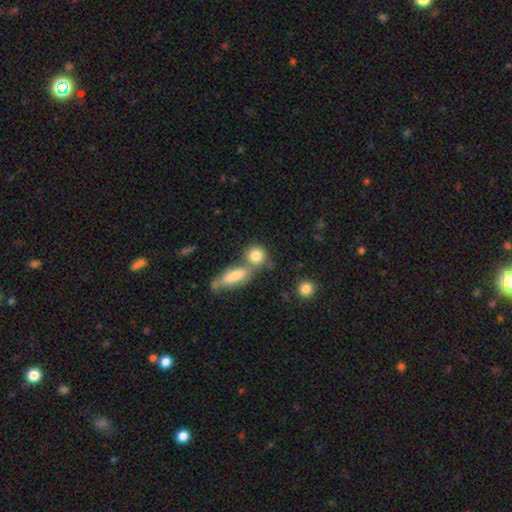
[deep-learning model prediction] This appears to be a smooth galaxy with no disk features (80%) that is round (75%). Merging: none (50%).